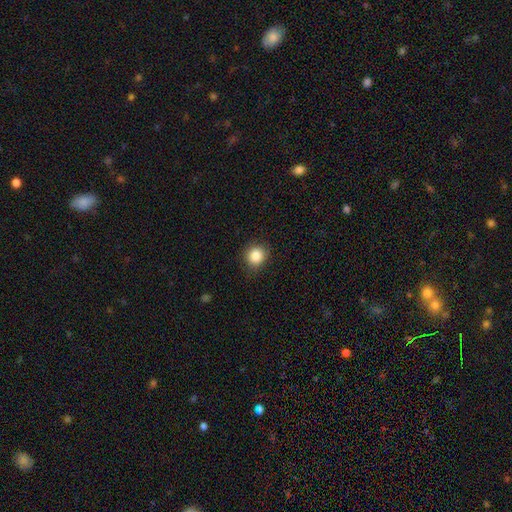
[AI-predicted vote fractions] This is clearly a smooth galaxy (86%). How rounded: clearly round (88%). Merging: clearly none (87%).